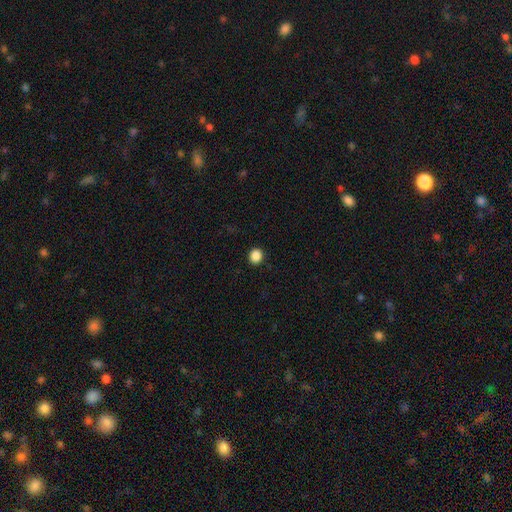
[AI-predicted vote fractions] Overall: smooth (88%). How rounded: round (78%). Merging: none (92%).